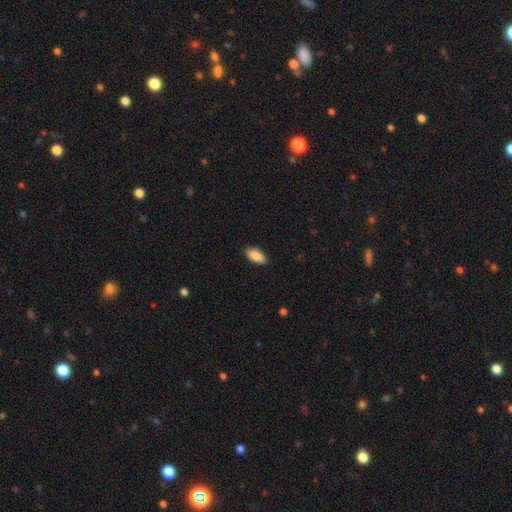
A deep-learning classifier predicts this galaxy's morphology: smooth 89%, star or artifact 6%, featured or disk 5%. Down the decision tree: how rounded — in between (90%); merging — none (89%).